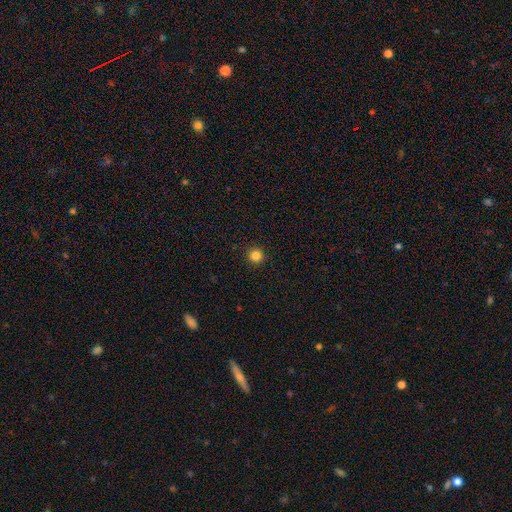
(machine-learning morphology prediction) Smooth or featured?
  - smooth: 84% *
  - star or artifact: 12%
  - featured or disk: 4%
How rounded?
  - round: 96% *
  - in between: 3%
  - cigar-shaped: 1%
Merging?
  - none: 93% *
  - minor disturbance: 4%
  - major disturbance: 2%
  - merger: 1%